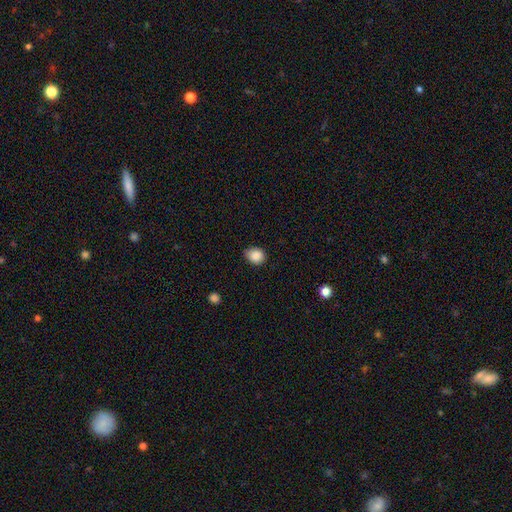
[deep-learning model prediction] Smooth or featured? smooth (87%)
How rounded? round (56%)
Merging? none (75%)